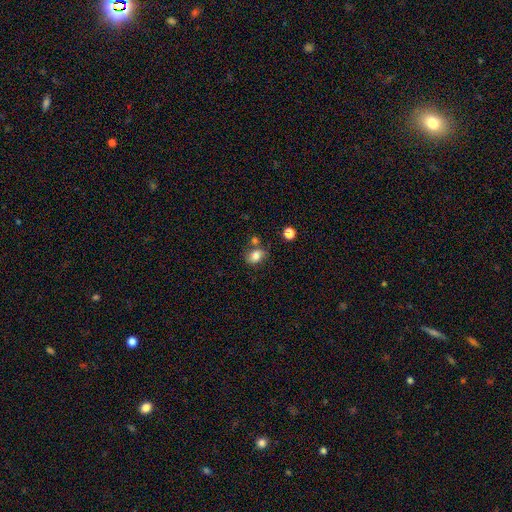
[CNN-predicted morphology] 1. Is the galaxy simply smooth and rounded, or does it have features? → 79% smooth, 10% featured or disk, 10% star or artifact.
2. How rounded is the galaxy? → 63% in between, 36% round, 1% cigar-shaped.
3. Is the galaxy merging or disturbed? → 59% none, 19% minor disturbance, 16% merger, 6% major disturbance.